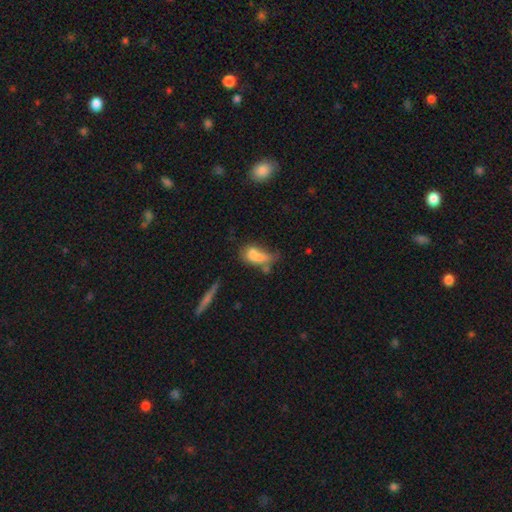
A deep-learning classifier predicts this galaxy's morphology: Smooth or featured? Predicted: smooth (p=0.68). How rounded? Predicted: in between (p=0.82). Merging? Predicted: merger (p=0.30).